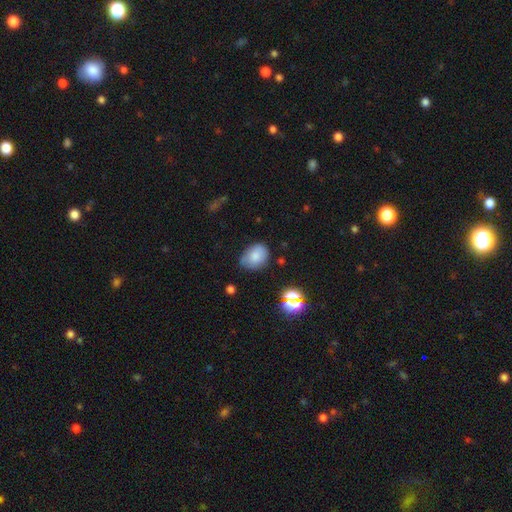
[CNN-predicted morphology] Q: Smooth or featured?
A: smooth (77%); runner-up: featured or disk (12%)
Q: How rounded?
A: in between (65%); runner-up: round (34%)
Q: Merging?
A: none (62%); runner-up: minor disturbance (29%)